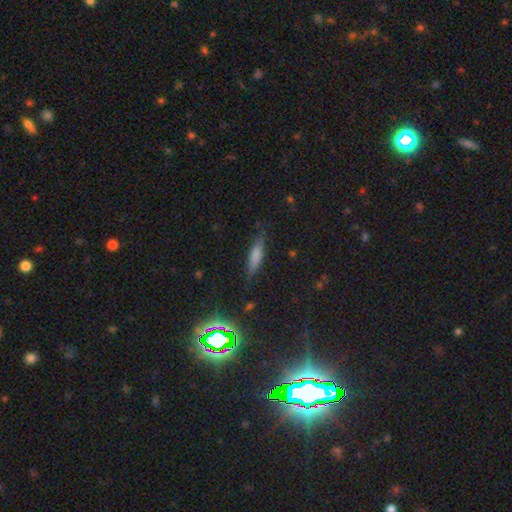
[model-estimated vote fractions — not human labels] A smooth galaxy with no disk features (70%) that is cigar-shaped (67%).

Vote fractions:
- Smooth or featured? smooth: 70% / featured or disk: 19% / star or artifact: 11%
- How rounded? cigar-shaped: 67% / in between: 30% / round: 2%
- Merging? none: 81% / minor disturbance: 14% / major disturbance: 3% / merger: 2%